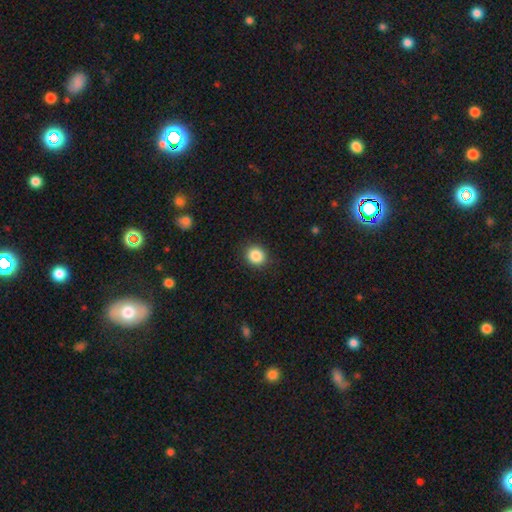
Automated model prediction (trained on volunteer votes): This is clearly a smooth galaxy (87%). How rounded: clearly round (83%). Merging: clearly none (90%).